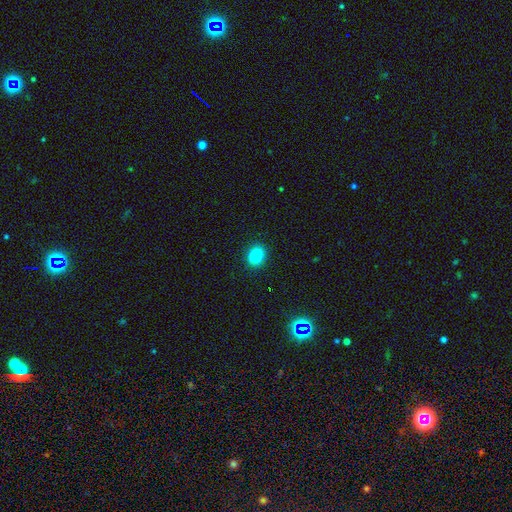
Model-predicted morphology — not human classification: The model was most divided on "how rounded": in between: 63%, round: 36%, cigar-shaped: 1%. More confident: merging — none (88%); smooth or featured — smooth (87%).